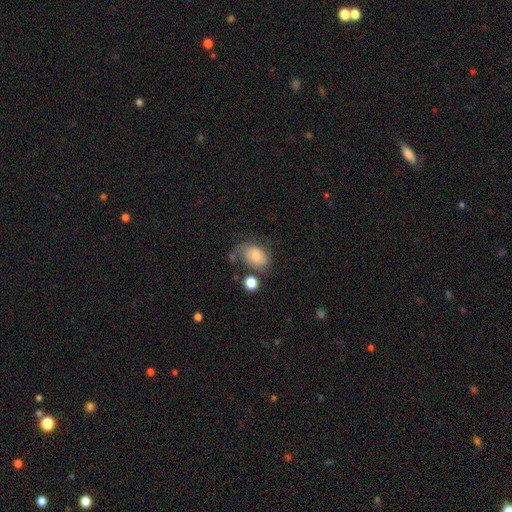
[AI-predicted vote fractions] This is likely a smooth galaxy (67%). How rounded: likely in between (74%). Merging: marginally none (44%).